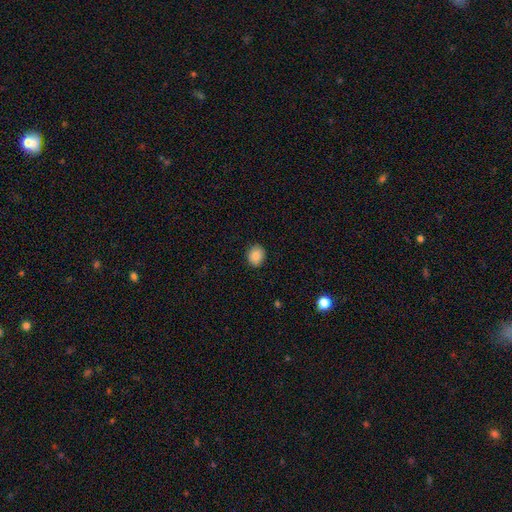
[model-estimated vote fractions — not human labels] Q: Smooth or featured?
A: smooth (86%); runner-up: star or artifact (9%)
Q: How rounded?
A: round (65%); runner-up: in between (34%)
Q: Merging?
A: none (90%); runner-up: minor disturbance (7%)